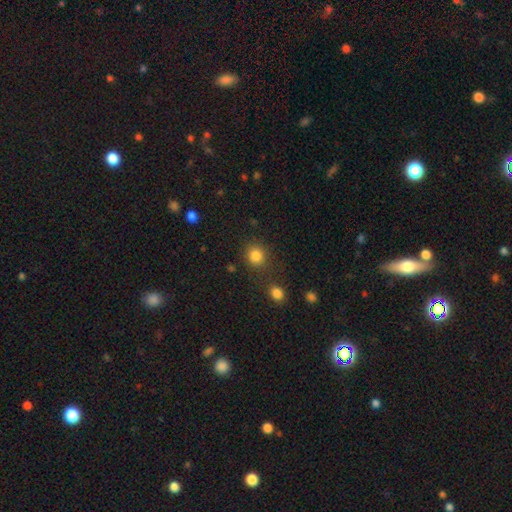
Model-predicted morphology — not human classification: Smooth or featured?
  - smooth: 84% *
  - star or artifact: 11%
  - featured or disk: 5%
How rounded?
  - round: 87% *
  - in between: 12%
  - cigar-shaped: 1%
Merging?
  - none: 79% *
  - minor disturbance: 9%
  - merger: 8%
  - major disturbance: 4%